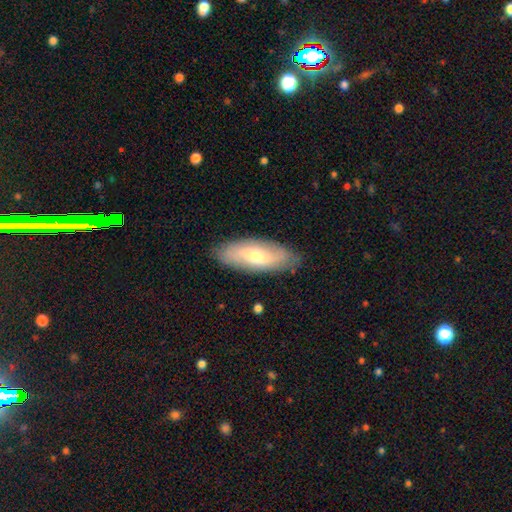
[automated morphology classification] Q: Smooth or featured?
A: smooth (49%); runner-up: featured or disk (45%)
Q: Merging?
A: none (85%); runner-up: minor disturbance (11%)